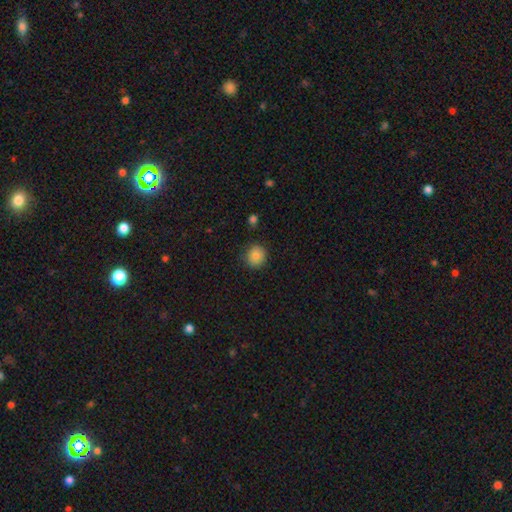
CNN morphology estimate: This is clearly a smooth galaxy (83%). How rounded: clearly round (87%). Merging: clearly none (85%).